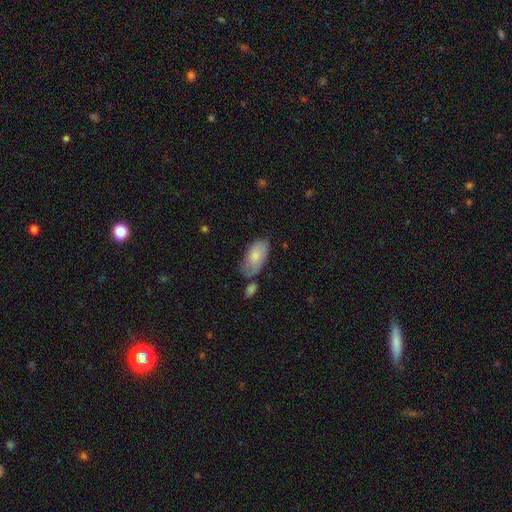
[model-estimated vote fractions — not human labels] Q: Smooth or featured?
A: smooth (79%); runner-up: featured or disk (16%)
Q: How rounded?
A: in between (93%); runner-up: cigar-shaped (4%)
Q: Merging?
A: none (57%); runner-up: minor disturbance (26%)